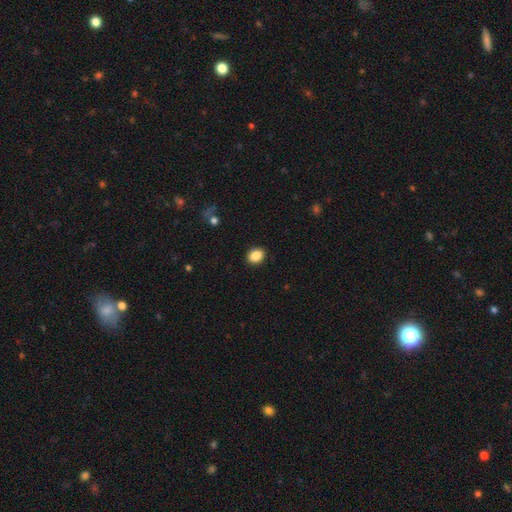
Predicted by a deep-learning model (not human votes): A smooth galaxy with no disk features (88%) that is in between round and cigar-shaped (64%). Merging: none (89%).